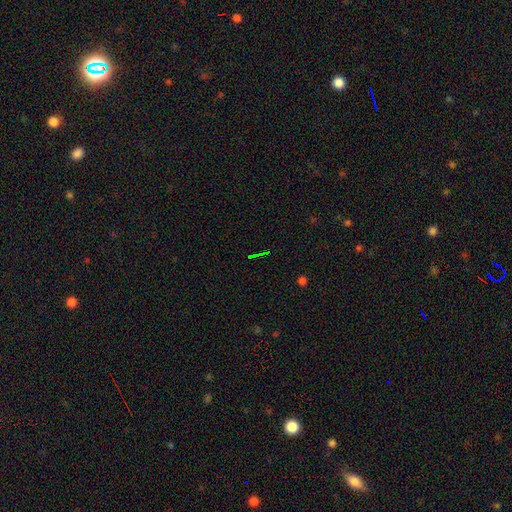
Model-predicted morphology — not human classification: smooth_or_featured: star or artifact (p=0.73) [alt: smooth p=0.15]